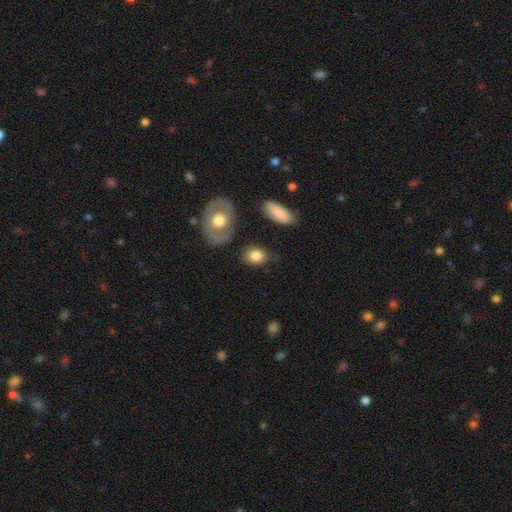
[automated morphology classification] A smooth galaxy with no disk features (80%) that is in between round and cigar-shaped (64%).

Vote fractions:
- Smooth or featured? smooth: 80% / featured or disk: 13% / star or artifact: 7%
- How rounded? in between: 64% / round: 35% / cigar-shaped: 2%
- Merging? none: 79% / minor disturbance: 14% / major disturbance: 4% / merger: 3%